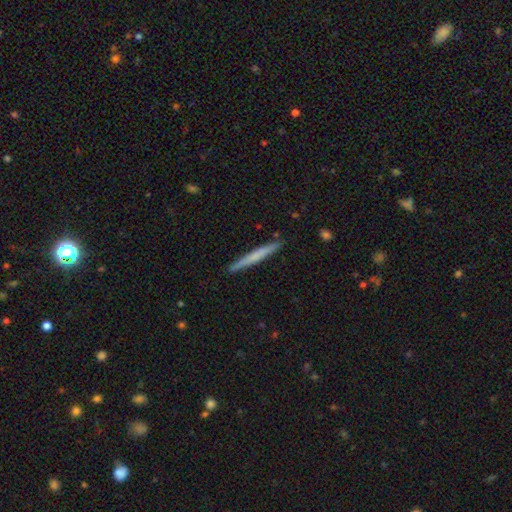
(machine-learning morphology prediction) smooth_or_featured: smooth (p=0.58) [alt: featured or disk p=0.37]
how_rounded: cigar-shaped (p=0.97) [alt: in between p=0.02]
merging: none (p=0.90) [alt: minor disturbance p=0.07]